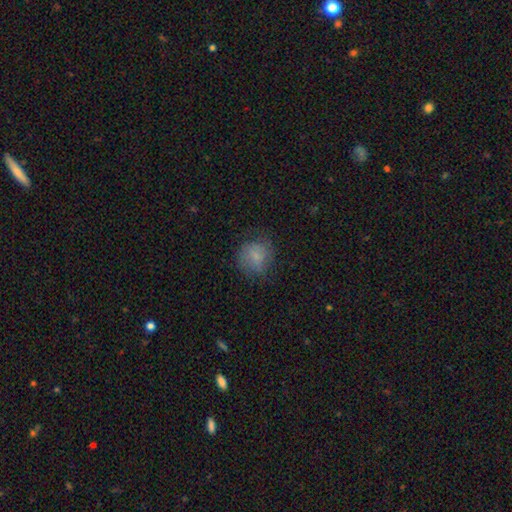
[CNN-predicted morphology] Smooth or featured? Predicted: smooth (p=0.73). How rounded? Predicted: round (p=0.84). Merging? Predicted: none (p=0.69).